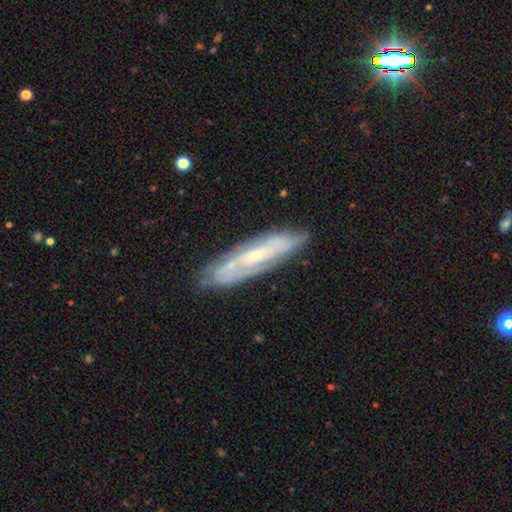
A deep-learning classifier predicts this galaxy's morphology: Q: Smooth or featured?
A: featured or disk (70%); runner-up: smooth (23%)
Q: Edge-on disk?
A: no (62%); runner-up: yes (38%)
Q: Merging?
A: none (80%); runner-up: minor disturbance (15%)